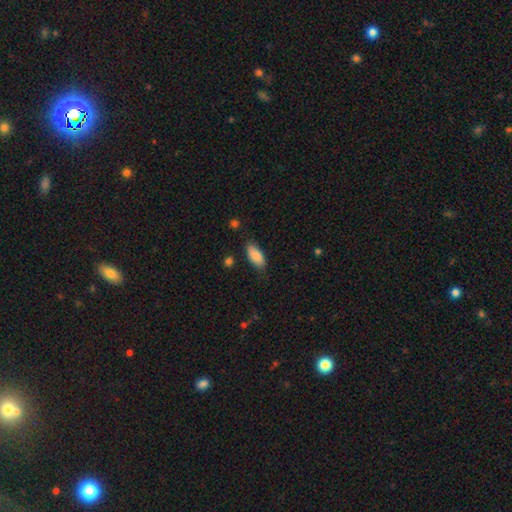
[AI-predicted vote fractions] Morphology: type=smooth (87%); roundness=in between (88%); merging=none (80%).